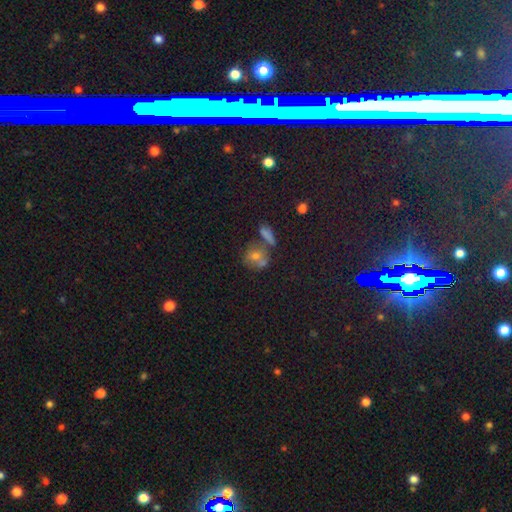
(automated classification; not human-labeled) Overall: star or artifact (52%; smooth 27%).